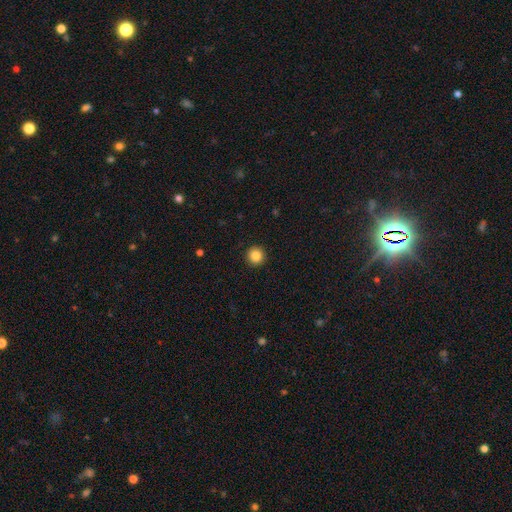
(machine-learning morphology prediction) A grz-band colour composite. It shows a smooth galaxy with no disk features (86%) that is round (95%). Merging: none (93%).